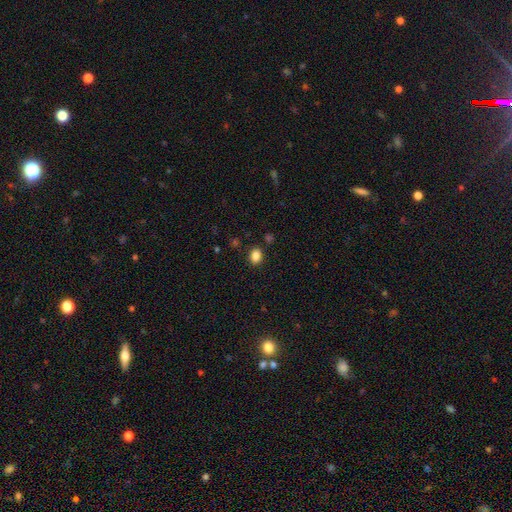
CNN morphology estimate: This is clearly a smooth galaxy (85%). How rounded: likely in between (65%). Merging: clearly none (86%).